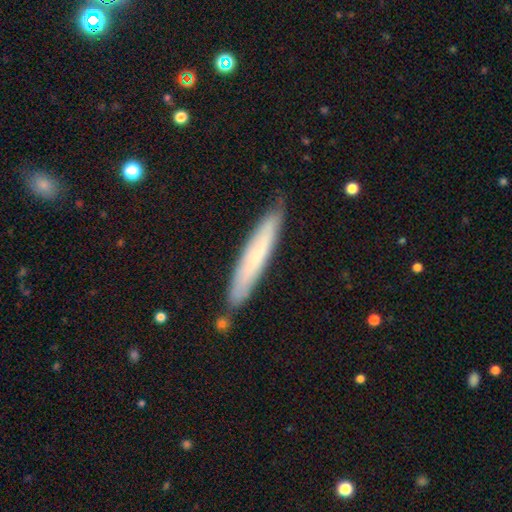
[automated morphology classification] Smooth or featured: smooth — 53% (featured or disk — 40%)
How rounded: cigar-shaped — 93% (in between — 6%)
Merging: none — 83% (minor disturbance — 13%)